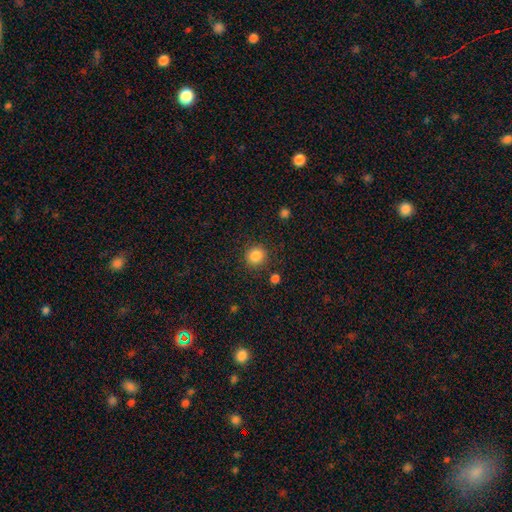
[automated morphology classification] type=smooth (86%); roundness=round (90%); merging=none (87%).